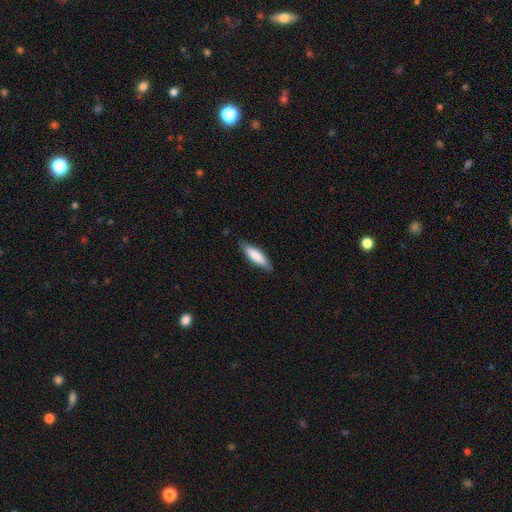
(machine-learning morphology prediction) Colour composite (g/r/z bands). It shows a smooth galaxy with no disk features (79%) that is cigar-shaped (59%). Merging: none (83%).